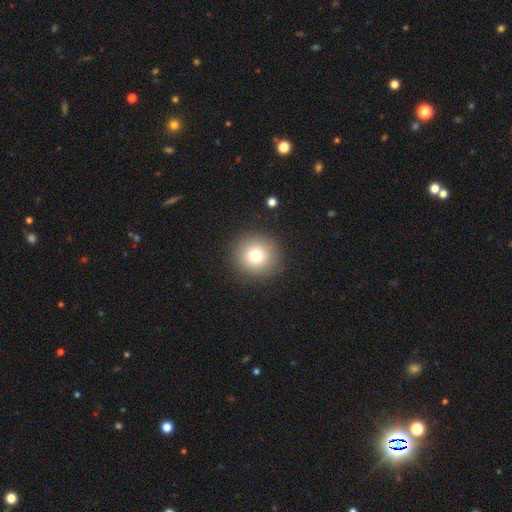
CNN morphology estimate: type=smooth (78%); roundness=round (94%); merging=none (90%).